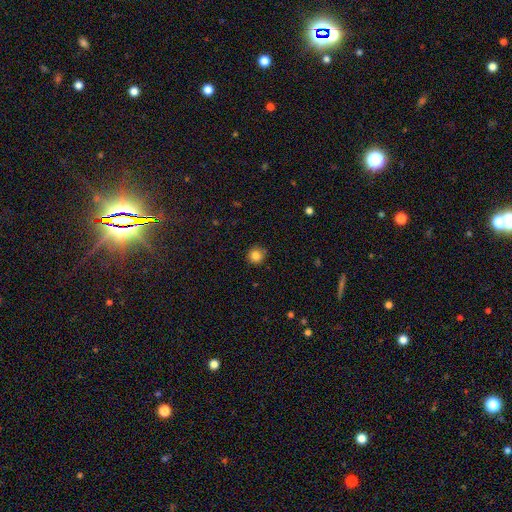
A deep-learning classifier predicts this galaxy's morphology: Q: Smooth or featured?
A: smooth (84%); runner-up: star or artifact (11%)
Q: How rounded?
A: round (93%); runner-up: in between (6%)
Q: Merging?
A: none (86%); runner-up: minor disturbance (10%)